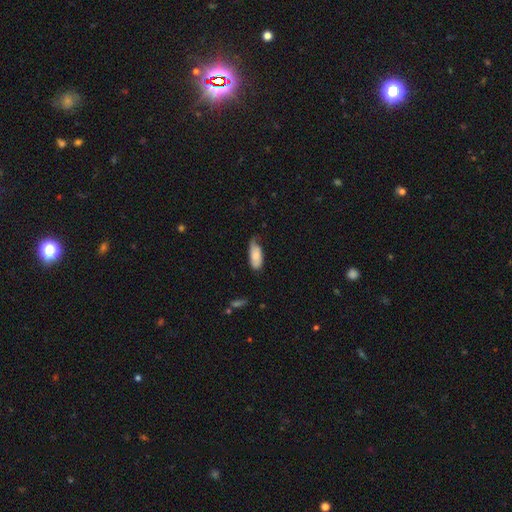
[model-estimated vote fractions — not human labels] This appears to be a smooth galaxy with no disk features (74%) that is in between round and cigar-shaped (86%). Merging: minor disturbance (42%).